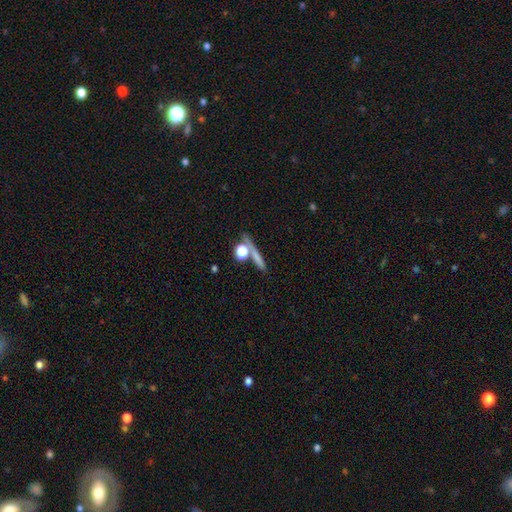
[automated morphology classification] Smooth or featured? Predicted: smooth (p=0.65). How rounded? Predicted: cigar-shaped (p=0.54). Merging? Predicted: none (p=0.69).